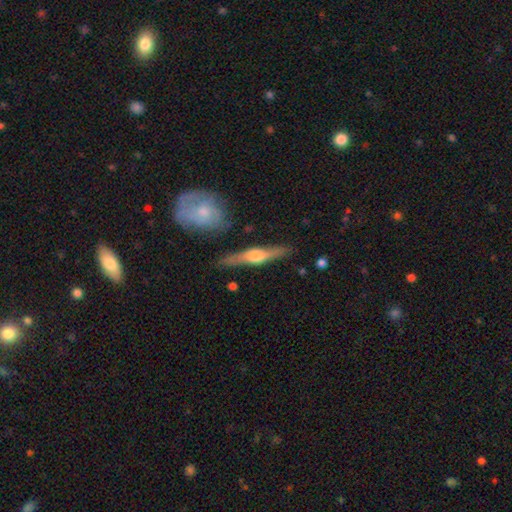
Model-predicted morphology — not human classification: Smooth or featured? featured or disk (71%)
Edge-on disk? yes (96%)
Edge-on bulge? rounded (91%)
Merging? none (85%)